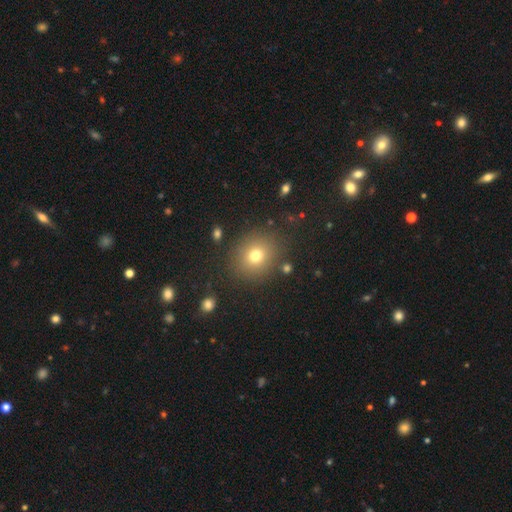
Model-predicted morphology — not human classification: A smooth galaxy with no disk features (74%) that is round (75%).

Vote fractions:
- Smooth or featured? smooth: 74% / star or artifact: 15% / featured or disk: 11%
- How rounded? round: 75% / in between: 24% / cigar-shaped: 1%
- Merging? none: 85% / minor disturbance: 9% / major disturbance: 4% / merger: 3%